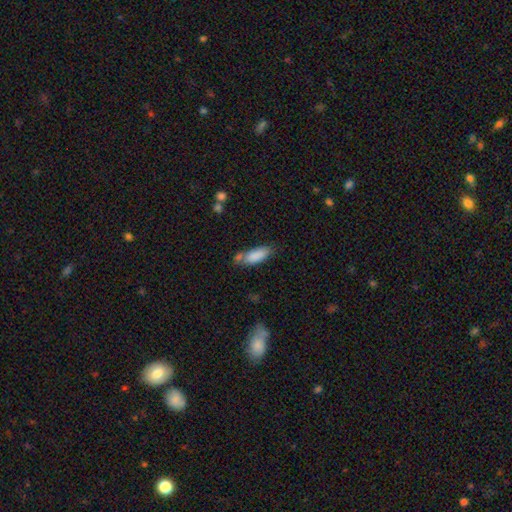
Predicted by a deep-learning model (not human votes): This appears to be a smooth galaxy with no disk features (86%) that is in between round and cigar-shaped (73%). Merging: none (53%).